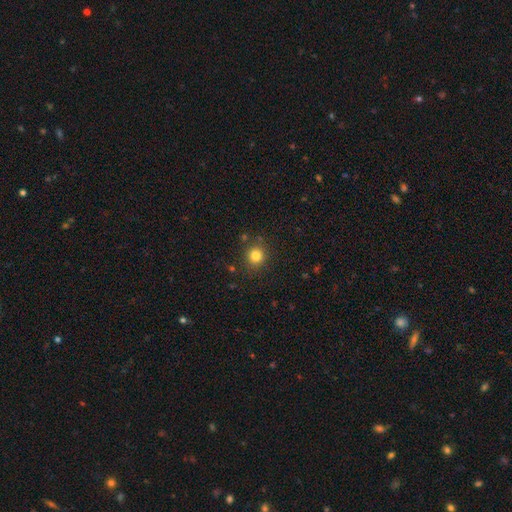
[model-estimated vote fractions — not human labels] Q: Smooth or featured?
A: smooth (81%); runner-up: star or artifact (13%)
Q: How rounded?
A: round (90%); runner-up: in between (9%)
Q: Merging?
A: none (86%); runner-up: minor disturbance (8%)